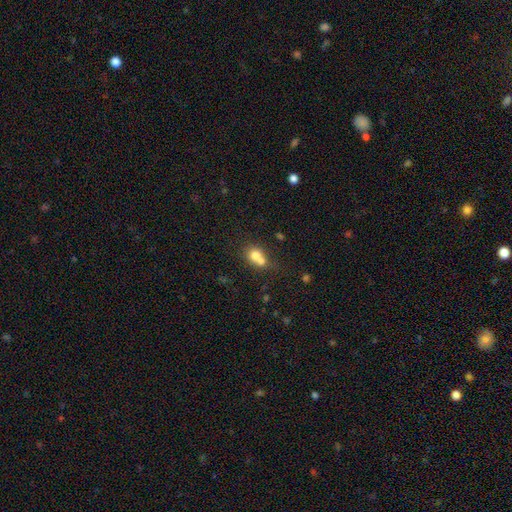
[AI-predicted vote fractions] Smooth or featured: smooth — 72% (featured or disk — 17%)
How rounded: round — 70% (in between — 29%)
Merging: merger — 61% (none — 29%)